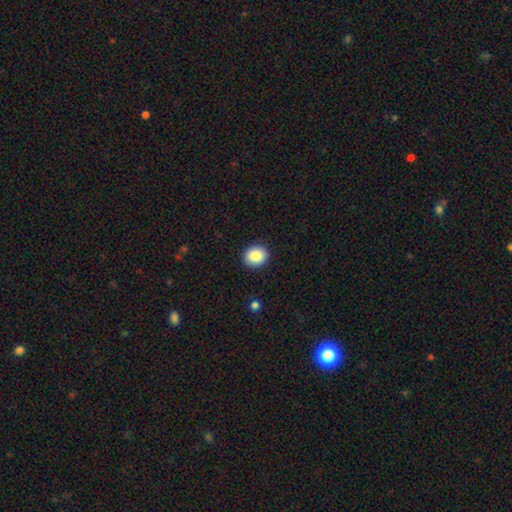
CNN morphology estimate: A smooth galaxy with no disk features (87%) that is round (69%).

Vote fractions:
- Smooth or featured? smooth: 87% / star or artifact: 8% / featured or disk: 5%
- How rounded? round: 69% / in between: 30% / cigar-shaped: 1%
- Merging? none: 91% / minor disturbance: 7% / major disturbance: 2% / merger: 1%